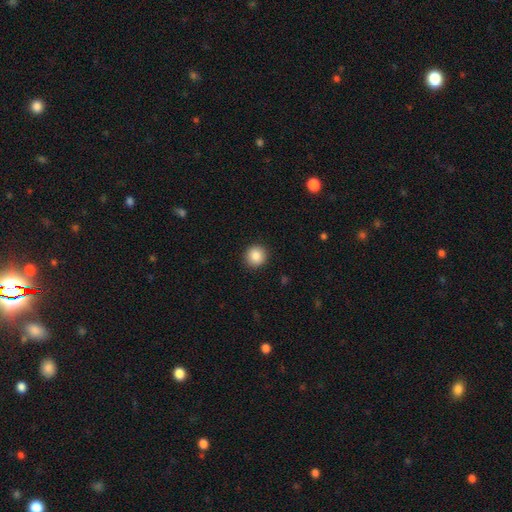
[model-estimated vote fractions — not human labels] Smooth or featured? smooth (87%)
How rounded? round (92%)
Merging? none (92%)